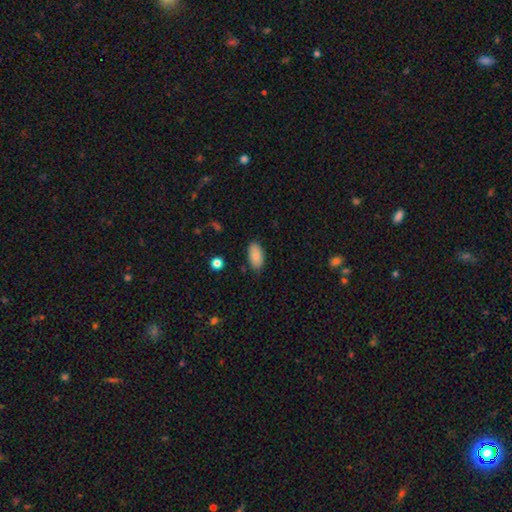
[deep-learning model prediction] Smooth or featured? smooth (83%)
How rounded? in between (94%)
Merging? none (82%)